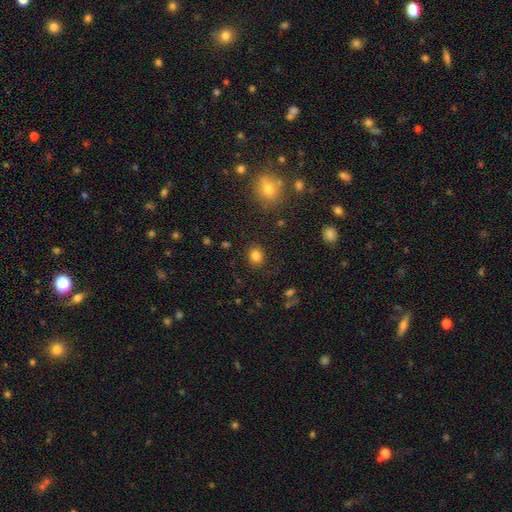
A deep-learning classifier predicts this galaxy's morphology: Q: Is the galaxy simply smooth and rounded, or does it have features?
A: smooth — 83%.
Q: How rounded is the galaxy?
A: round — 59%.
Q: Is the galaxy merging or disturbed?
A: none — 85%.